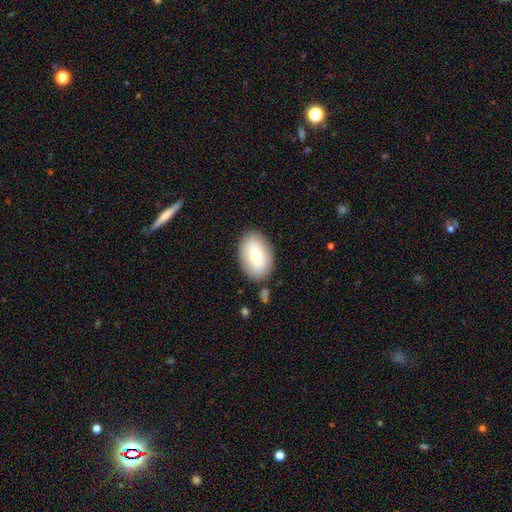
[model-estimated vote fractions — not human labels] Smooth or featured? smooth (65%)
How rounded? in between (86%)
Merging? none (84%)